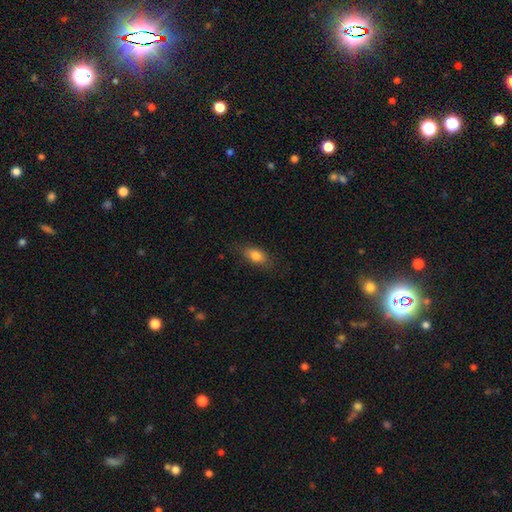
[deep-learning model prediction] Smooth or featured? Predicted: smooth (p=0.81). How rounded? Predicted: in between (p=0.85). Merging? Predicted: none (p=0.79).